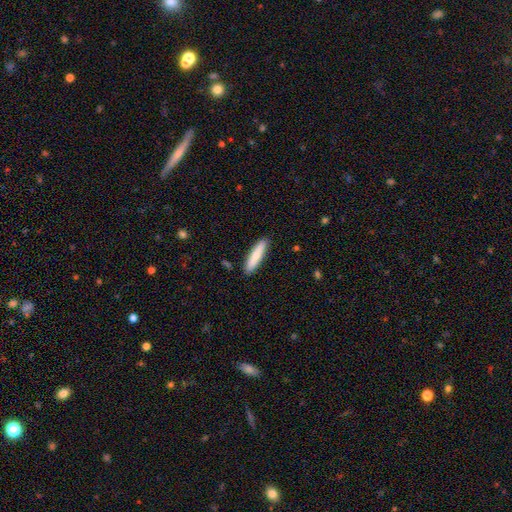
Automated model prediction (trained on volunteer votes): Overall: smooth (75%). How rounded: cigar-shaped (84%). Merging: none (89%).